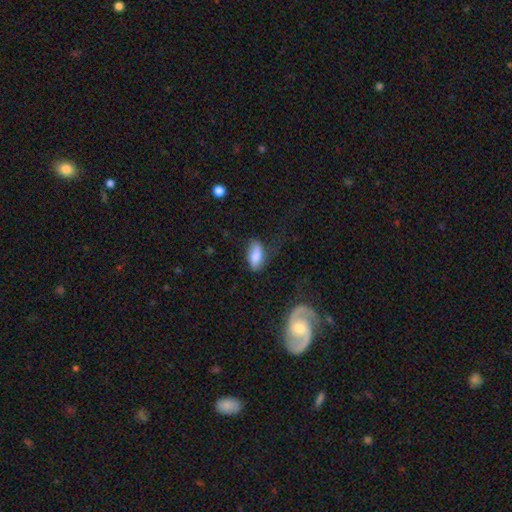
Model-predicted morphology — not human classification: This appears to be a smooth galaxy with no disk features (76%) that is in between round and cigar-shaped (87%). Merging: none (59%).